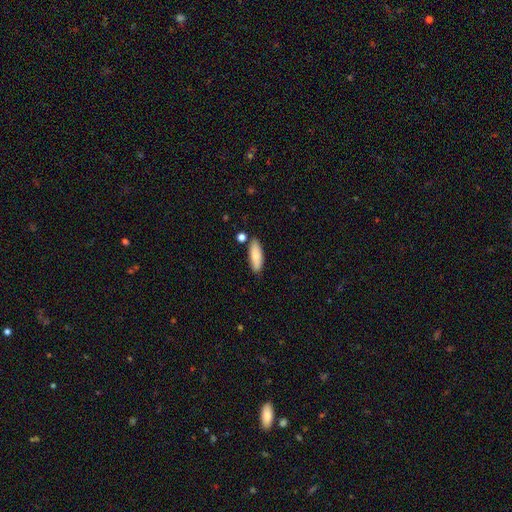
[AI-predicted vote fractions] smooth 84%, featured or disk 10%, star or artifact 6%. Down the decision tree: how rounded — in between (63%); merging — none (80%).